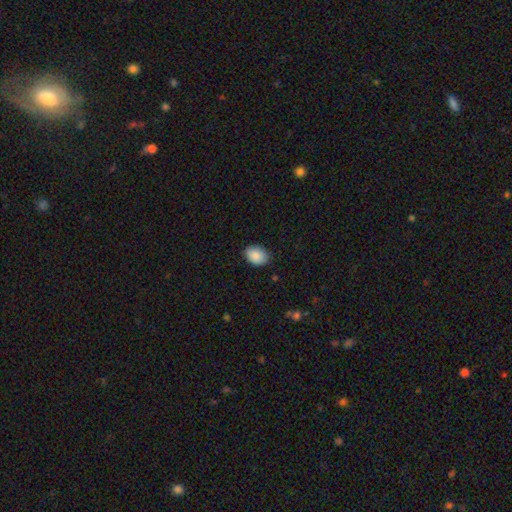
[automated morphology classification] Overall: smooth (89%). How rounded: in between (75%). Merging: none (84%).